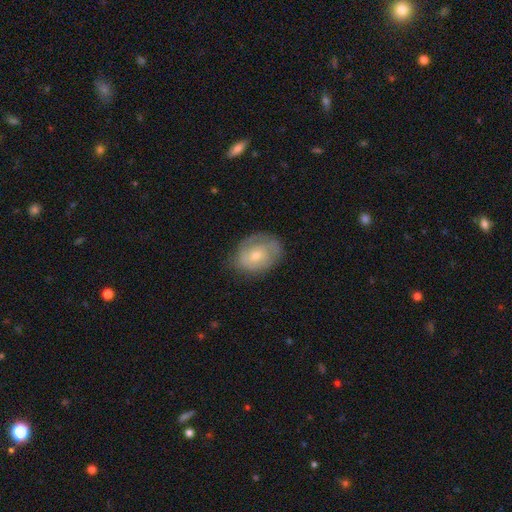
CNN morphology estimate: This appears to be a featured or disk galaxy (51%). Merging: none (67%).